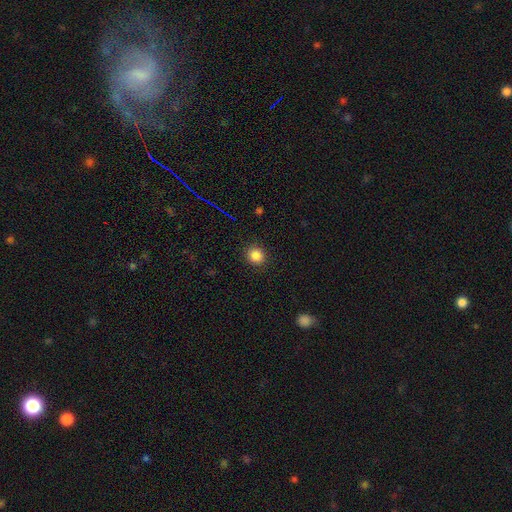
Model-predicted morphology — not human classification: smooth_or_featured: smooth (p=0.85) [alt: star or artifact p=0.11]
how_rounded: round (p=0.89) [alt: in between p=0.10]
merging: none (p=0.90) [alt: minor disturbance p=0.06]